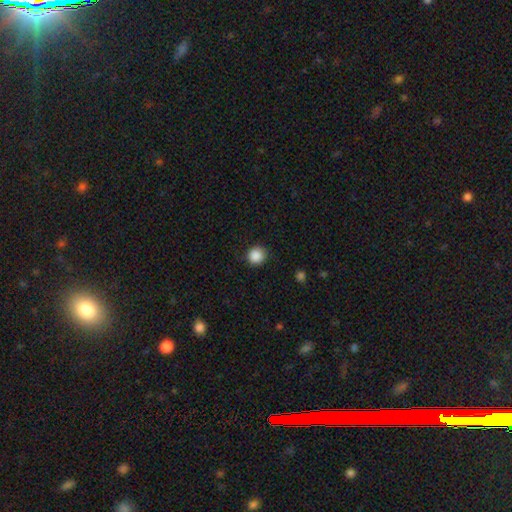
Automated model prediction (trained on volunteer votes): Morphology: type=smooth (88%); roundness=round (92%); merging=none (88%).